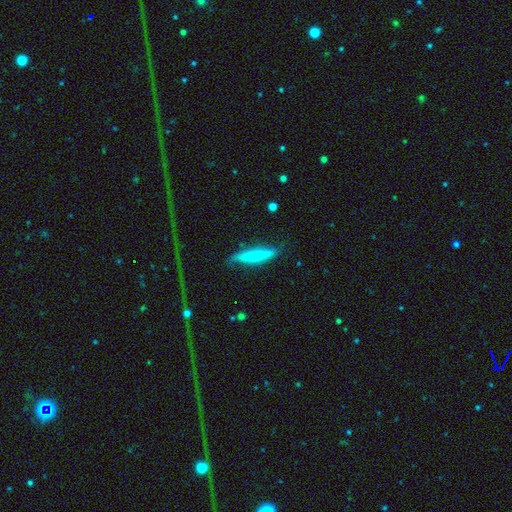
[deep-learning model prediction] smooth-or-featured: smooth: 68% | featured or disk: 26% | star or artifact: 6%
  how-rounded: cigar-shaped: 87% | in between: 11% | round: 2%
  merging: none: 72% | minor disturbance: 22% | major disturbance: 5% | merger: 2%